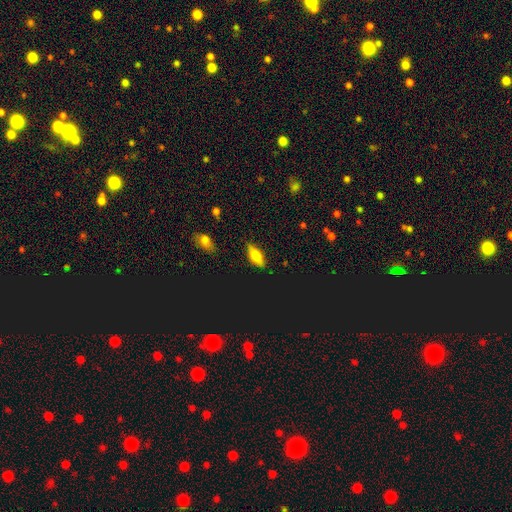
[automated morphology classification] smooth_or_featured: smooth (p=0.58) [alt: featured or disk p=0.29]
how_rounded: in between (p=0.77) [alt: cigar-shaped p=0.17]
merging: none (p=0.84) [alt: minor disturbance p=0.12]